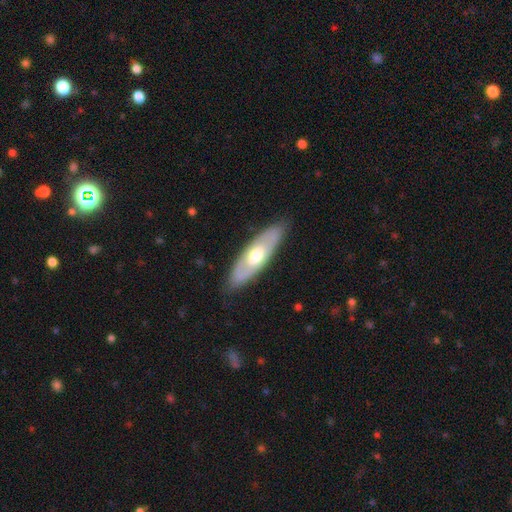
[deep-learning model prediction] A featured or disk galaxy (54%).

Vote fractions:
- Smooth or featured? featured or disk: 54% / smooth: 42% / star or artifact: 5%
- Edge-on disk? no: 67% / yes: 33%
- Merging? none: 85% / minor disturbance: 12% / major disturbance: 3% / merger: 1%